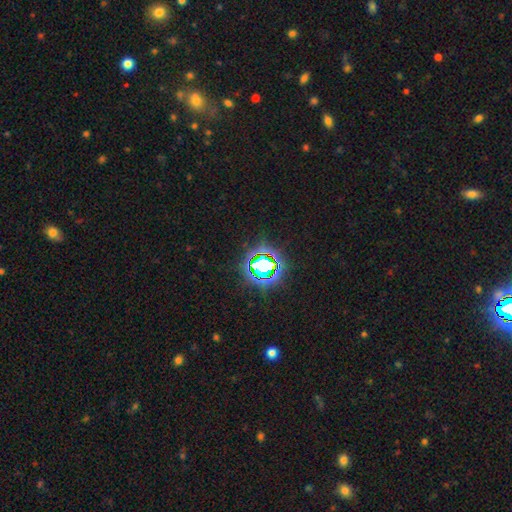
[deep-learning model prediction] A star or artifact, not a galaxy (81%).

Vote fractions:
- Smooth or featured? star or artifact: 81% / smooth: 12% / featured or disk: 7%